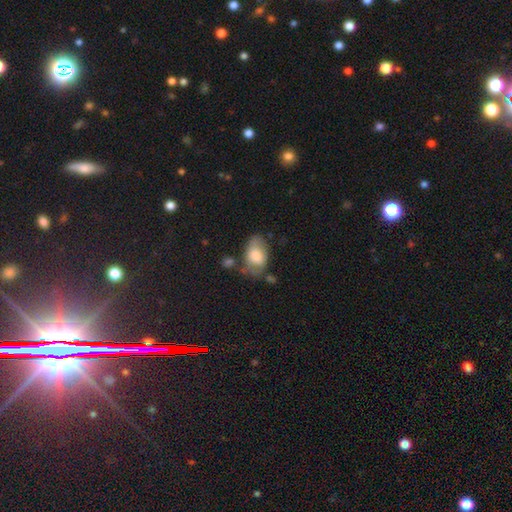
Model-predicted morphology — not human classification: Smooth or featured: smooth — 69% (featured or disk — 24%)
How rounded: in between — 90% (round — 9%)
Merging: none — 46% (minor disturbance — 30%)